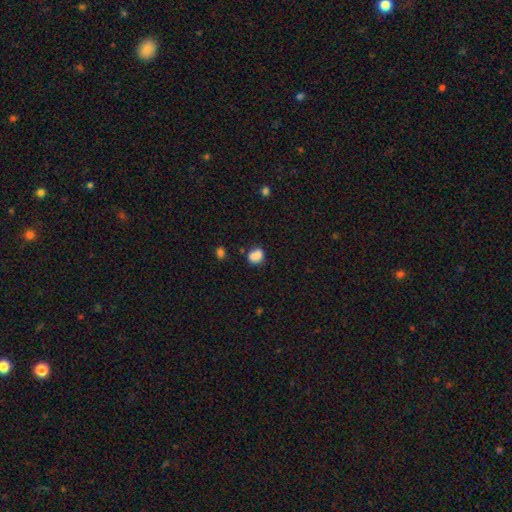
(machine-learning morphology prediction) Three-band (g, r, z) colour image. It shows a smooth galaxy with no disk features (80%) that is round (59%). Merging: none (50%).